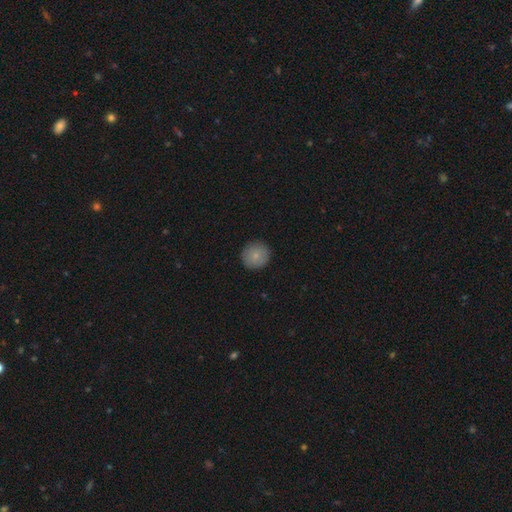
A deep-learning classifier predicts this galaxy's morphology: A smooth galaxy with no disk features (83%) that is round (93%). Merging: none (91%).